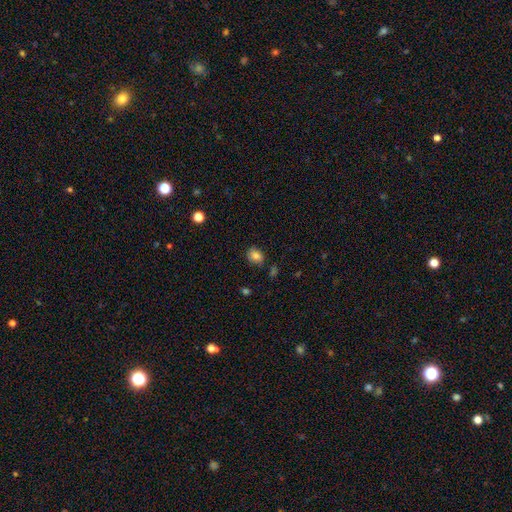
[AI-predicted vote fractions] A smooth galaxy with no disk features (81%) that is in between round and cigar-shaped (53%). Merging: none (75%).